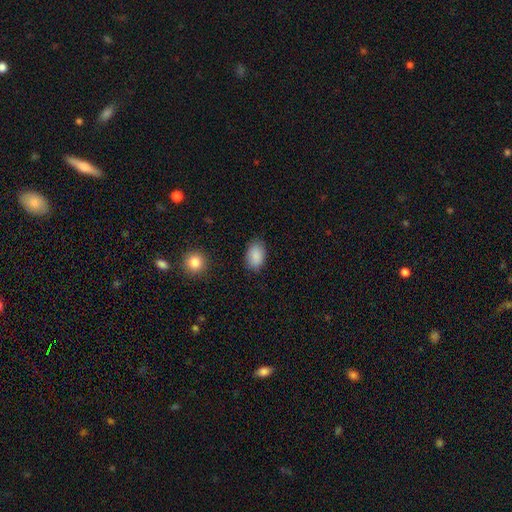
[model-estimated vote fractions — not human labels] Morphology: type=smooth (88%); roundness=in between (89%); merging=none (83%).